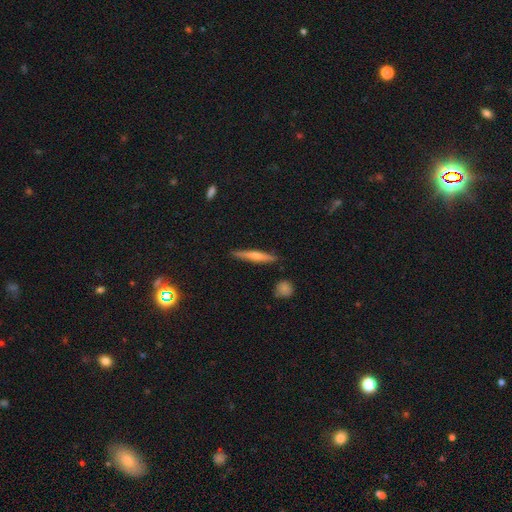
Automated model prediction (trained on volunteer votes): The model was most divided on "smooth or featured": featured or disk: 52%, smooth: 41%, star or artifact: 7%. More confident: edge-on disk — yes (95%); merging — none (88%).